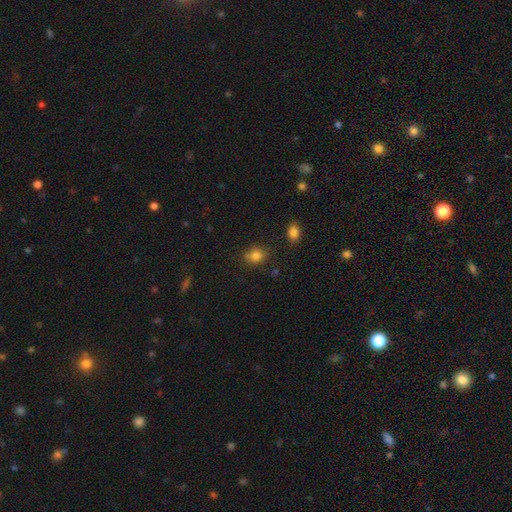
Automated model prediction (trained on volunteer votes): A smooth galaxy with no disk features (81%) that is round (75%). Merging: none (75%).